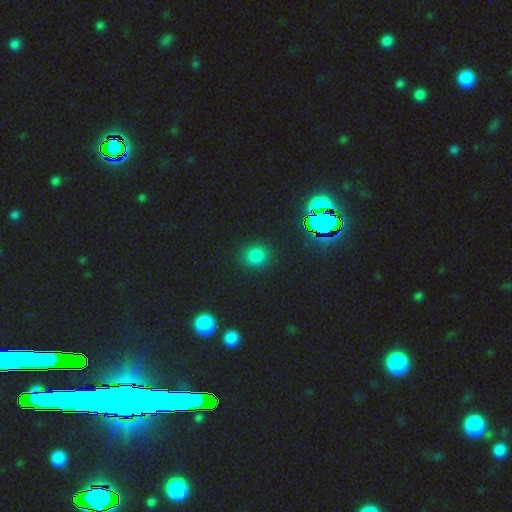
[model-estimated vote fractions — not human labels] Q: Smooth or featured?
A: smooth (73%); runner-up: star or artifact (23%)
Q: How rounded?
A: round (83%); runner-up: in between (15%)
Q: Merging?
A: none (90%); runner-up: minor disturbance (6%)